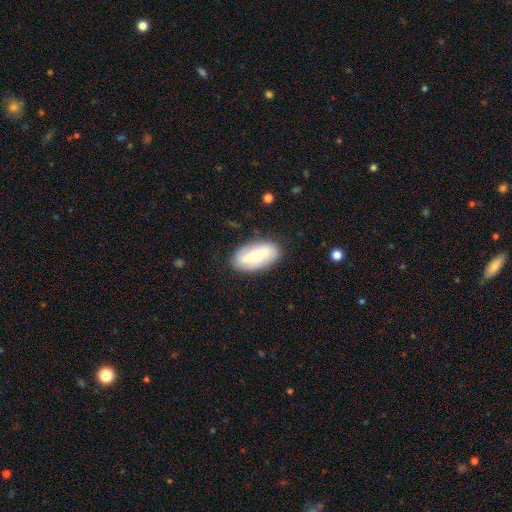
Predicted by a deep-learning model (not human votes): smooth-or-featured: smooth: 54% | featured or disk: 40% | star or artifact: 6%
  how-rounded: in between: 88% | cigar-shaped: 9% | round: 3%
  merging: none: 83% | minor disturbance: 12% | major disturbance: 3% | merger: 1%